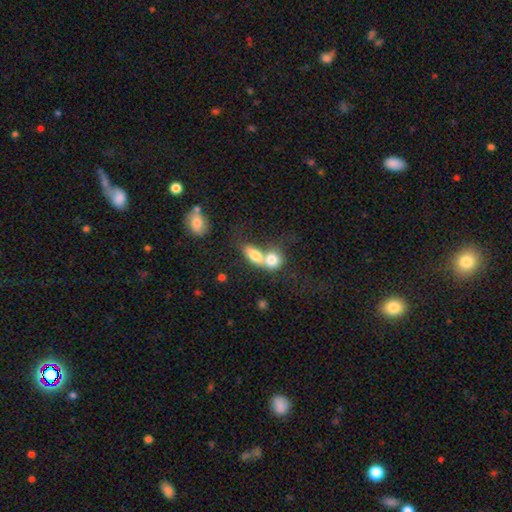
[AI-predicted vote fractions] Smooth or featured?
  - smooth: 75% *
  - featured or disk: 17%
  - star or artifact: 8%
How rounded?
  - in between: 71% *
  - round: 22%
  - cigar-shaped: 8%
Merging?
  - merger: 70% *
  - none: 19%
  - minor disturbance: 6%
  - major disturbance: 5%